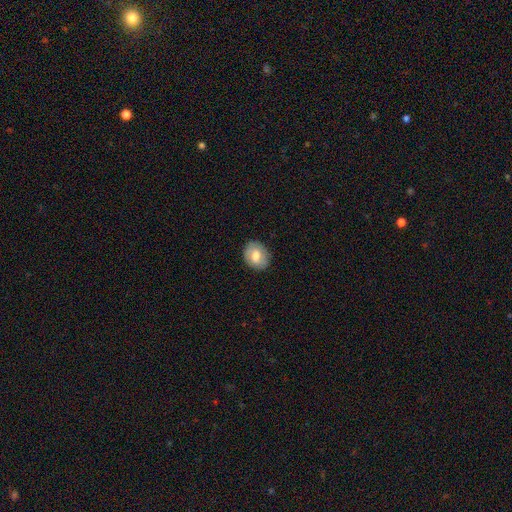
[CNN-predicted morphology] smooth_or_featured: smooth (p=0.64) [alt: featured or disk p=0.29]
how_rounded: round (p=0.55) [alt: in between p=0.44]
merging: none (p=0.84) [alt: minor disturbance p=0.12]